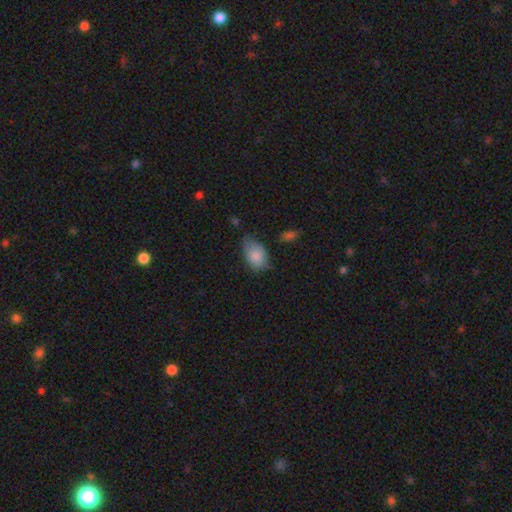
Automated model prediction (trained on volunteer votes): smooth 81%, featured or disk 12%, star or artifact 7%. Down the decision tree: how rounded — in between (87%); merging — none (43%, tied with minor disturbance).